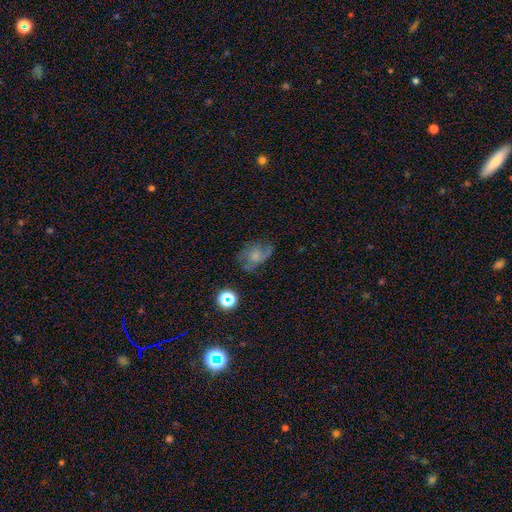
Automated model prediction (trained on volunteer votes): Morphology: type=smooth (45%); merging=none (47%).